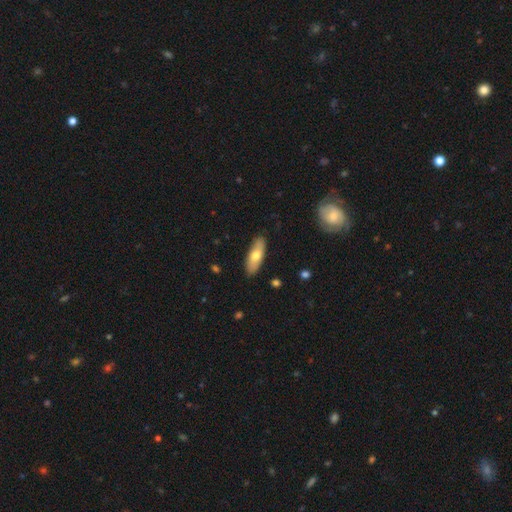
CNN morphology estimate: This appears to be a smooth galaxy with no disk features (67%) that is in between round and cigar-shaped (67%). Merging: none (88%).